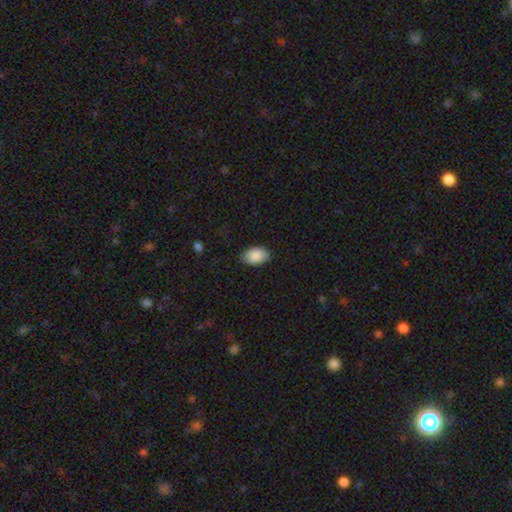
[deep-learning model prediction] Q: Smooth or featured?
A: smooth (90%); runner-up: star or artifact (6%)
Q: How rounded?
A: in between (89%); runner-up: round (9%)
Q: Merging?
A: none (85%); runner-up: minor disturbance (12%)